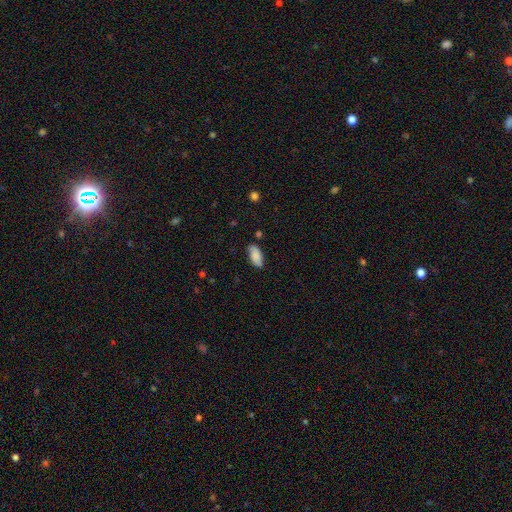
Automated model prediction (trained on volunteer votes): smooth-or-featured: smooth: 85% | featured or disk: 8% | star or artifact: 7%
  how-rounded: in between: 90% | cigar-shaped: 8% | round: 2%
  merging: none: 82% | minor disturbance: 13% | major disturbance: 3% | merger: 2%